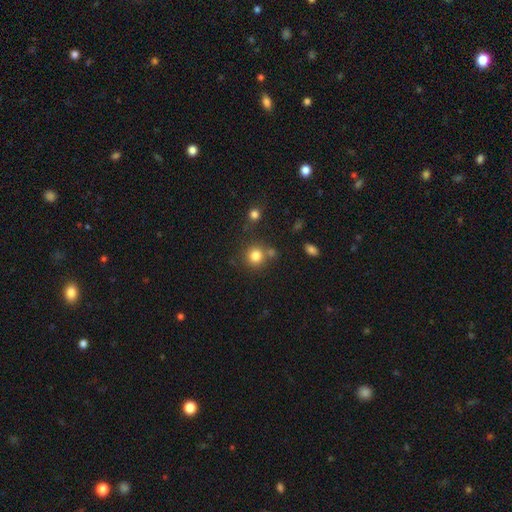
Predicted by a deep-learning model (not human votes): A smooth galaxy with no disk features (82%) that is round (90%). Merging: none (72%).